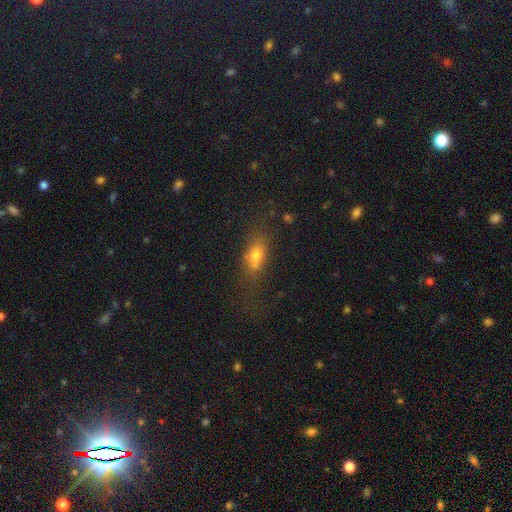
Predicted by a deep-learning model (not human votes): Smooth or featured? Predicted: smooth (p=0.65). How rounded? Predicted: in between (p=0.67). Merging? Predicted: none (p=0.48).